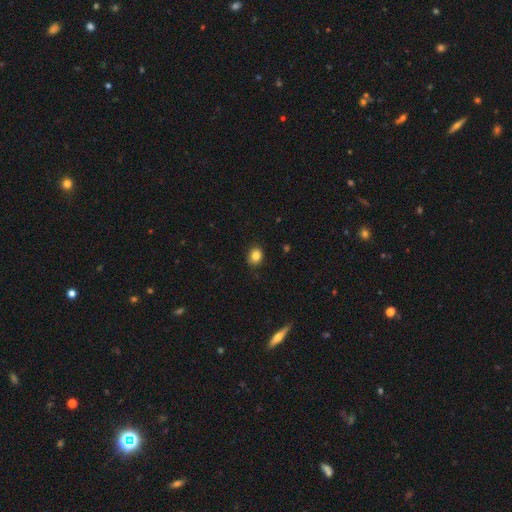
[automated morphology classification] smooth 84%, star or artifact 10%, featured or disk 6%. Down the decision tree: how rounded — round (61%); merging — none (87%).